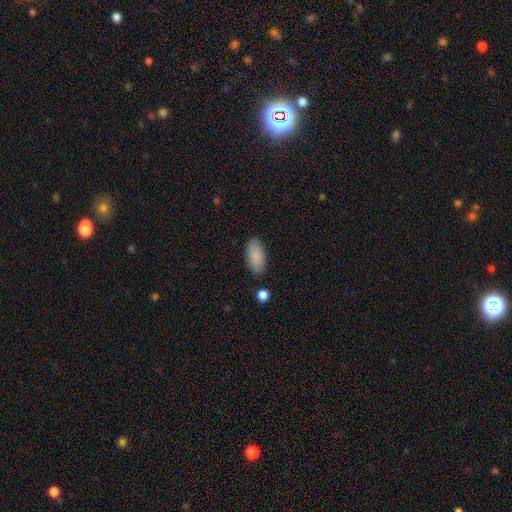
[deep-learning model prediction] smooth-or-featured: smooth: 88% | star or artifact: 6% | featured or disk: 6%
  how-rounded: in between: 91% | cigar-shaped: 7% | round: 2%
  merging: none: 85% | minor disturbance: 10% | major disturbance: 2% | merger: 2%